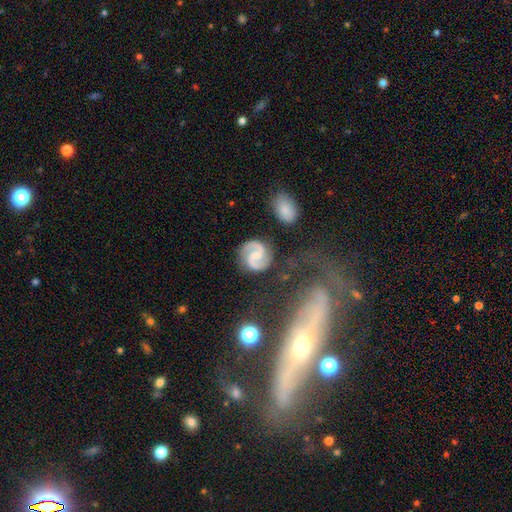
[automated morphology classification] type=featured or disk (90%); edge-on=no (98%); bar=no (44%); spiral arms=yes (98%); winding=medium (61%); arm count=2 (94%); bulge=small (52%); merging=none (83%).